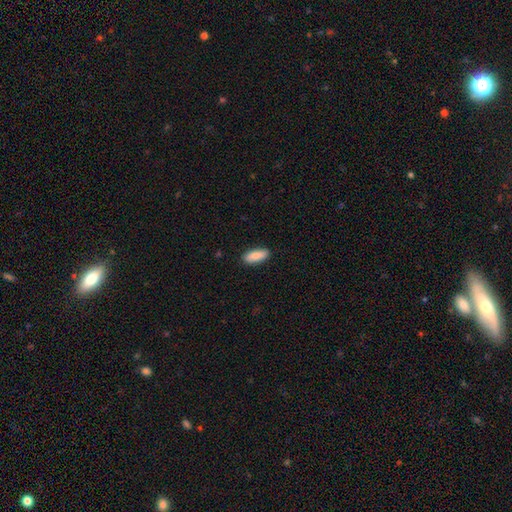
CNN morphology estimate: smooth_or_featured: smooth (p=0.87) [alt: featured or disk p=0.07]
how_rounded: in between (p=0.74) [alt: cigar-shaped p=0.24]
merging: none (p=0.88) [alt: minor disturbance p=0.09]